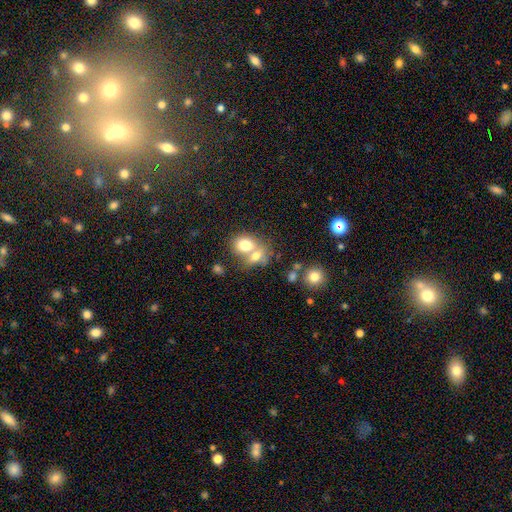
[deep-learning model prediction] smooth-or-featured: smooth: 72% | featured or disk: 18% | star or artifact: 10%
  how-rounded: in between: 64% | round: 35% | cigar-shaped: 2%
  merging: merger: 64% | none: 24% | minor disturbance: 8% | major disturbance: 4%